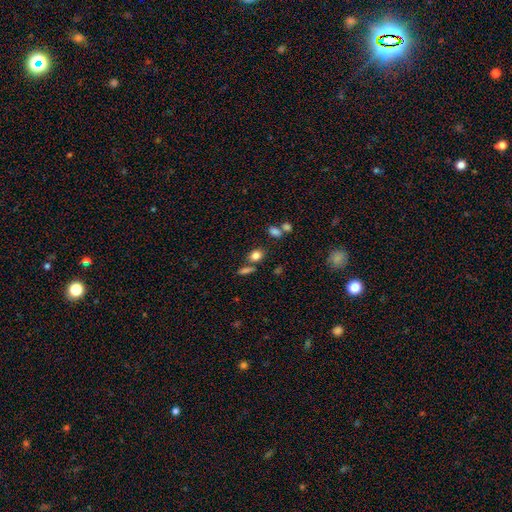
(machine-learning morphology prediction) Q: Smooth or featured?
A: smooth (81%); runner-up: star or artifact (12%)
Q: How rounded?
A: in between (53%); runner-up: round (44%)
Q: Merging?
A: none (66%); runner-up: merger (18%)